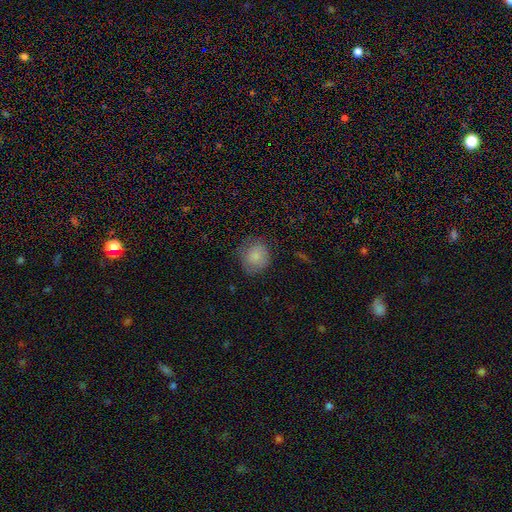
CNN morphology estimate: A smooth galaxy with no disk features (80%) that is round (76%). Merging: none (65%).